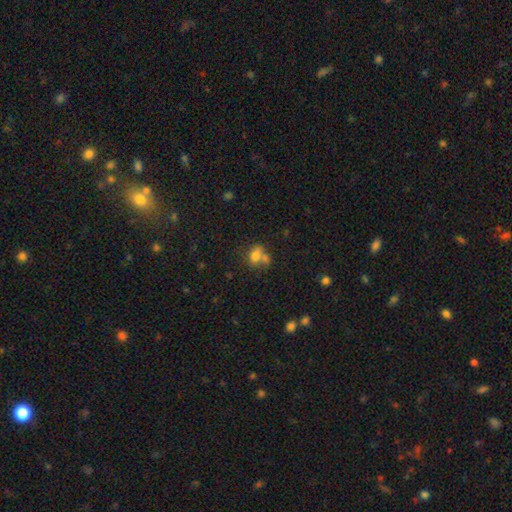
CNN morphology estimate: Overall: smooth (74%). How rounded: in between (54%; round 45%). Merging: merger (46%; none 36%).